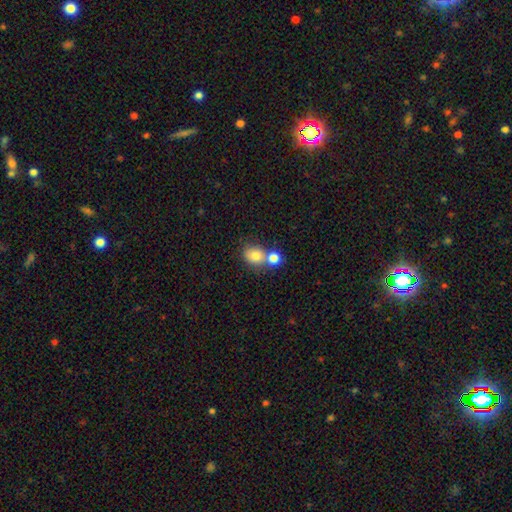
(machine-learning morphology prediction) A smooth galaxy with no disk features (78%) that is round (64%).

Vote fractions:
- Smooth or featured? smooth: 78% / star or artifact: 11% / featured or disk: 11%
- How rounded? round: 64% / in between: 35% / cigar-shaped: 1%
- Merging? merger: 46% / none: 41% / minor disturbance: 9% / major disturbance: 4%